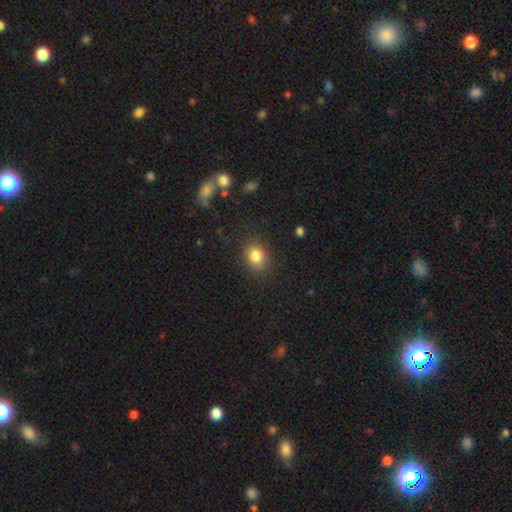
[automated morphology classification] Smooth or featured: smooth — 83% (star or artifact — 11%)
How rounded: round — 51% (in between — 48%)
Merging: none — 84% (minor disturbance — 11%)